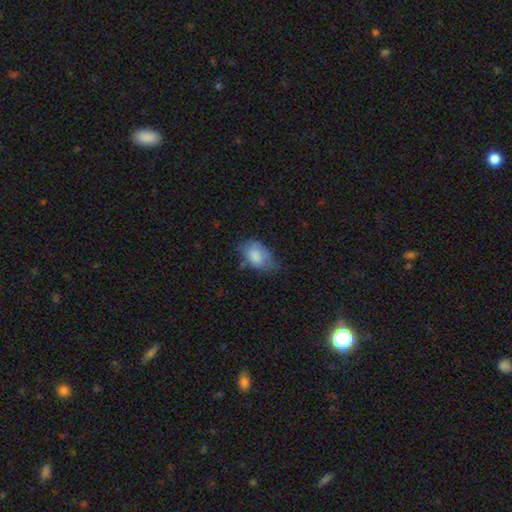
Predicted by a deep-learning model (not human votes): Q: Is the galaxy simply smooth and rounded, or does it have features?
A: smooth — 79%.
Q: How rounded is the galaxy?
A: in between — 86%.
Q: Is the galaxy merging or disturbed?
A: none — 40%, tied with minor disturbance.